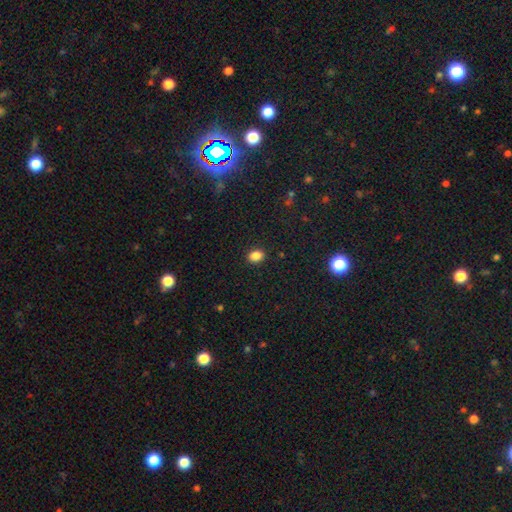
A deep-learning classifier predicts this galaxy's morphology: Smooth or featured? Predicted: smooth (p=0.86). How rounded? Predicted: in between (p=0.74). Merging? Predicted: none (p=0.89).